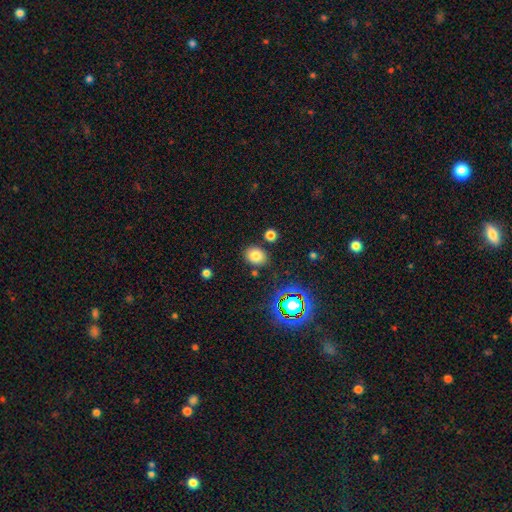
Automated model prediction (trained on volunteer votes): smooth_or_featured: smooth (p=0.77) [alt: star or artifact p=0.16]
how_rounded: round (p=0.54) [alt: in between p=0.45]
merging: none (p=0.81) [alt: minor disturbance p=0.10]